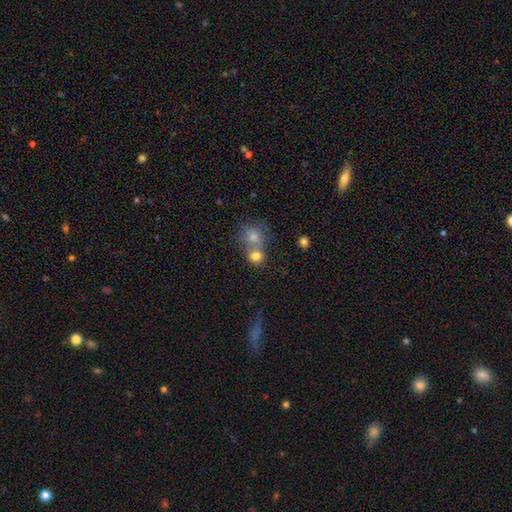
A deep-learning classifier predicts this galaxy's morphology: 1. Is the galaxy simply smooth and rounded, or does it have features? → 77% smooth, 12% star or artifact, 11% featured or disk.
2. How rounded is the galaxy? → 74% round, 25% in between, 1% cigar-shaped.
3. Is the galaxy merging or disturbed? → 55% merger, 34% none, 8% minor disturbance, 4% major disturbance.